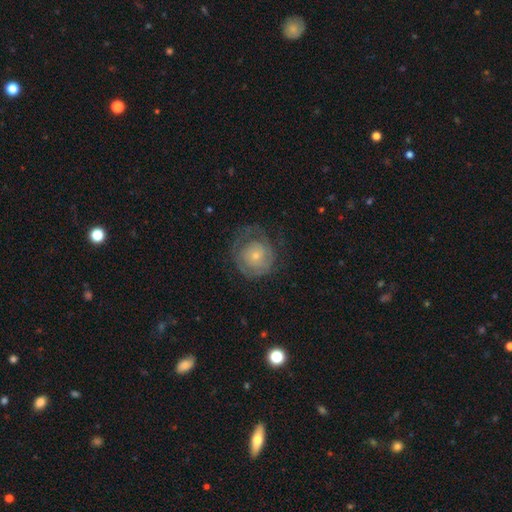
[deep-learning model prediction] This appears to be a featured or disk galaxy (60%) with no bar (81%), spiral arms (78%) and a small central bulge (68%). Merging: none (59%).